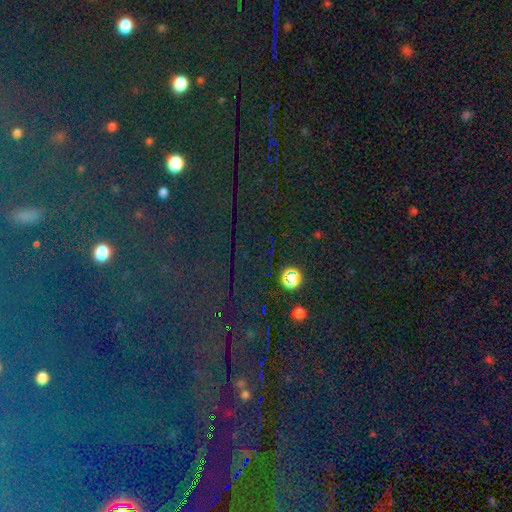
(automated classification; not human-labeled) This is clearly a star or artifact rather than a galaxy (81%).